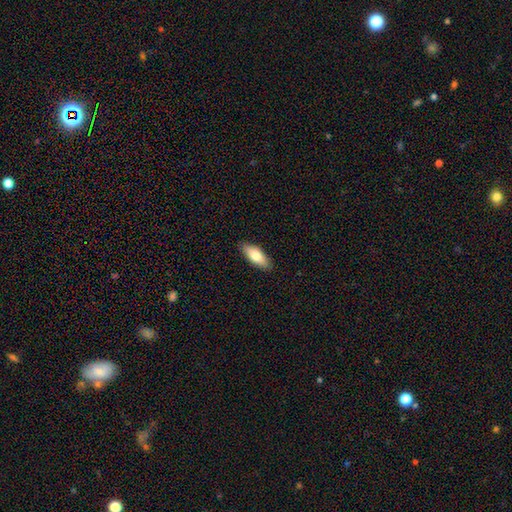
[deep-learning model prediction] Smooth or featured: smooth — 76% (featured or disk — 18%)
How rounded: in between — 73% (cigar-shaped — 25%)
Merging: none — 89% (minor disturbance — 9%)